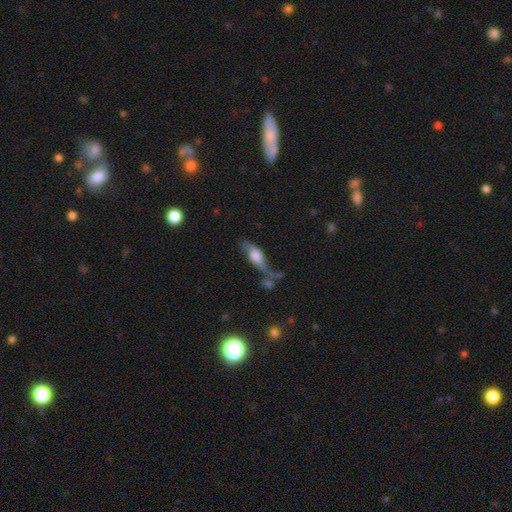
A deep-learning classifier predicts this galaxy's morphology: Smooth or featured: featured or disk — 52% (smooth — 39%)
Edge-on disk: no — 59% (yes — 41%)
Merging: none — 37% (minor disturbance — 22%)